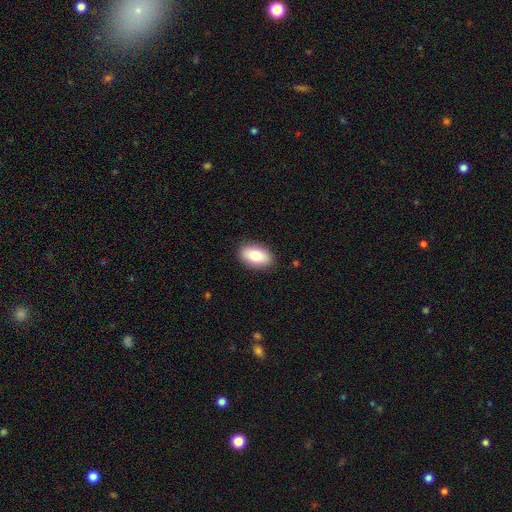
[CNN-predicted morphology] smooth_or_featured: smooth (p=0.81) [alt: featured or disk p=0.12]
how_rounded: in between (p=0.91) [alt: round p=0.06]
merging: none (p=0.88) [alt: minor disturbance p=0.09]